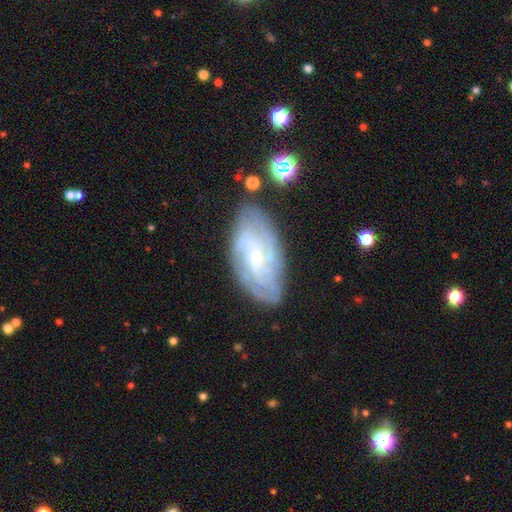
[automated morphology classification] type=featured or disk (72%); edge-on=no (94%); bar=no (56%); spiral arms=yes (88%); winding=tight (60%); arm count=can't tell (50%); bulge=small (63%); merging=none (73%).